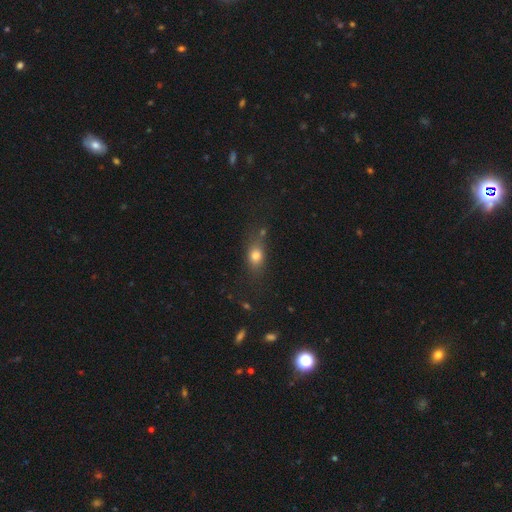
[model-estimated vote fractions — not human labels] Q: Smooth or featured?
A: smooth (76%); runner-up: featured or disk (12%)
Q: How rounded?
A: in between (62%); runner-up: round (30%)
Q: Merging?
A: none (64%); runner-up: minor disturbance (21%)